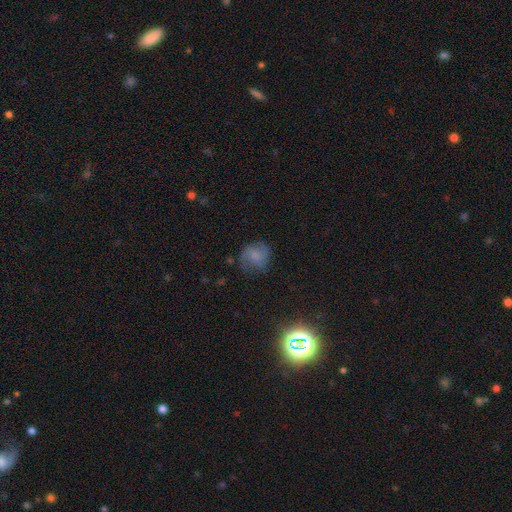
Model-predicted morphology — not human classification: This appears to be a smooth galaxy with no disk features (58%) that is round (76%). Merging: none (62%).